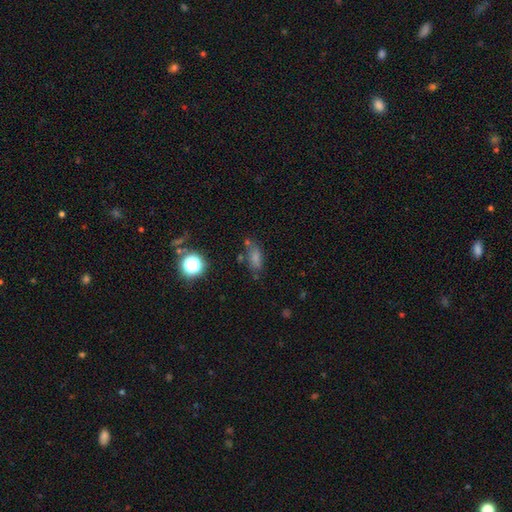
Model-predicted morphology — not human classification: smooth 50%, star or artifact 32%, featured or disk 18%. Down the decision tree: merging — none (62%).